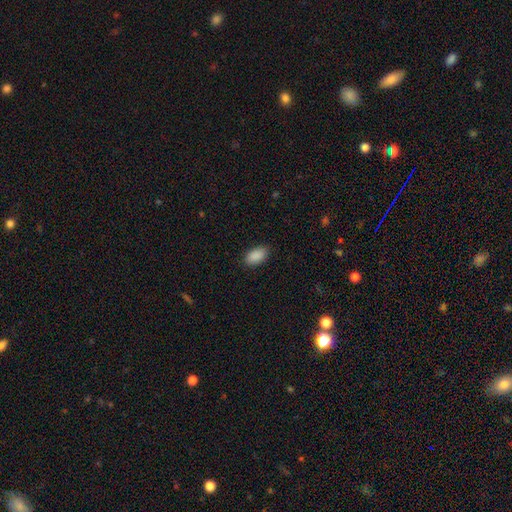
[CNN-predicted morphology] Q: Smooth or featured?
A: smooth (90%); runner-up: star or artifact (7%)
Q: How rounded?
A: in between (94%); runner-up: round (4%)
Q: Merging?
A: none (87%); runner-up: minor disturbance (10%)